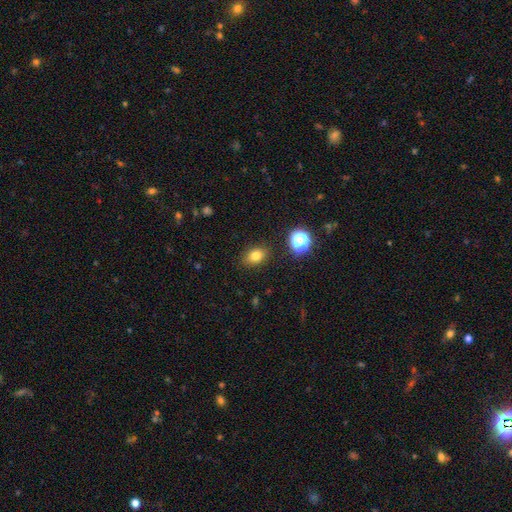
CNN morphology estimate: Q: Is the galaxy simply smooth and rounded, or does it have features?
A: smooth — 78%.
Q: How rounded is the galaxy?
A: in between — 71%.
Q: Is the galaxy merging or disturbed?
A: none — 86%.